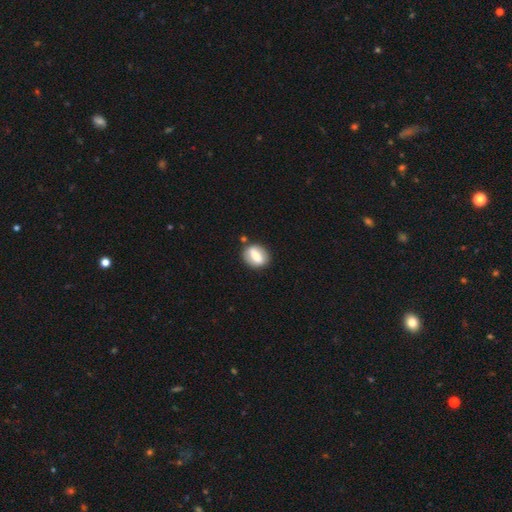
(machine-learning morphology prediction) Smooth or featured? Predicted: smooth (p=0.60). How rounded? Predicted: in between (p=0.62). Merging? Predicted: none (p=0.80).